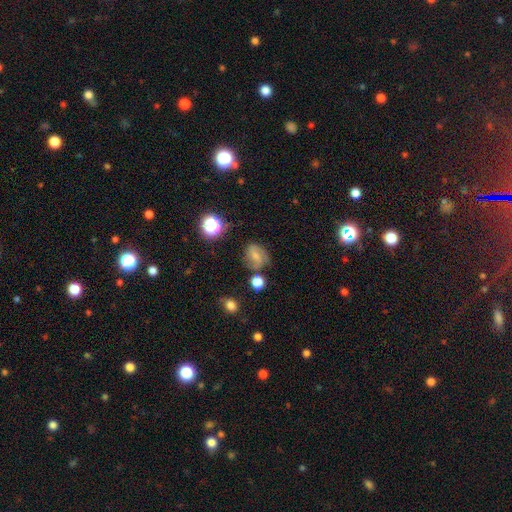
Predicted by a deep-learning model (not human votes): Overall: smooth (43%; featured or disk 42%). Merging: none (61%; minor disturbance 22%).